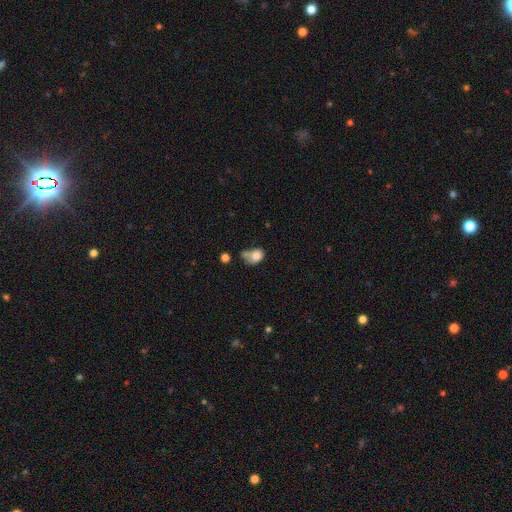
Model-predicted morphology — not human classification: Q: Smooth or featured?
A: smooth (77%); runner-up: featured or disk (13%)
Q: How rounded?
A: in between (62%); runner-up: round (37%)
Q: Merging?
A: merger (33%); runner-up: none (27%)